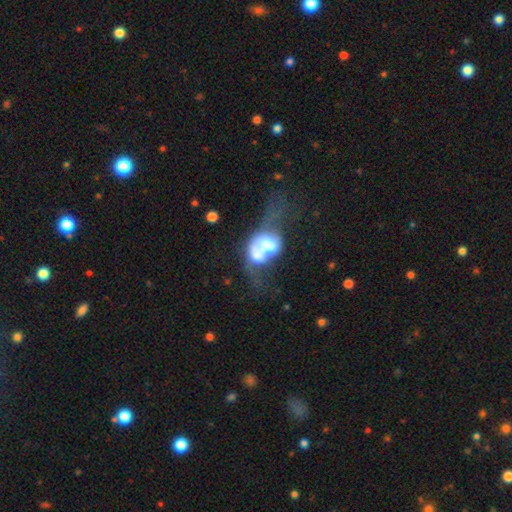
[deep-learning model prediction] A smooth galaxy with no disk features (48%). Merging: merger (54%).